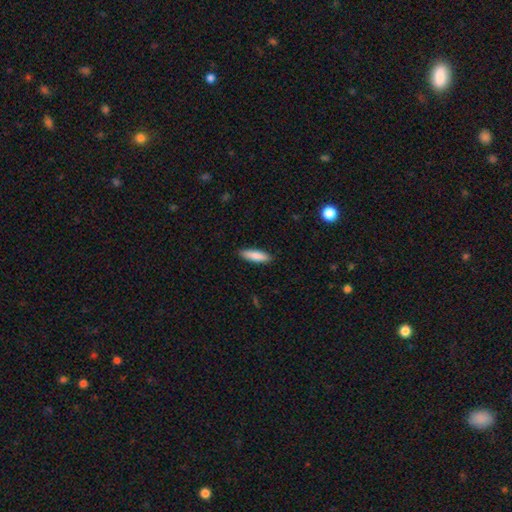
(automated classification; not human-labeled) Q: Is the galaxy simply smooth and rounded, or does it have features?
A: smooth — 84%.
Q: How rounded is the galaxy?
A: cigar-shaped — 59%.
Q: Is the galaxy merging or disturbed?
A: none — 89%.